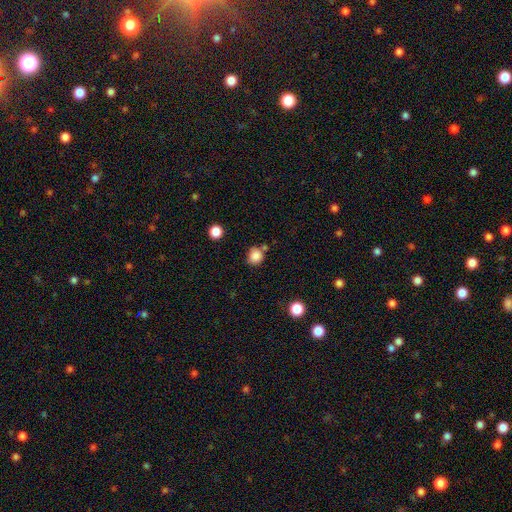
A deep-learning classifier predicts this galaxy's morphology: This appears to be a smooth galaxy with no disk features (85%) that is round (82%). Merging: none (70%).